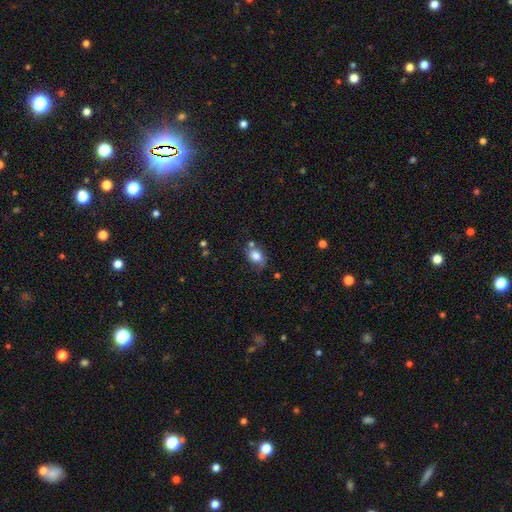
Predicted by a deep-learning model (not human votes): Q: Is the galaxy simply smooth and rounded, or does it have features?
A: smooth — 80%.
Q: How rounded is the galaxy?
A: in between — 64%.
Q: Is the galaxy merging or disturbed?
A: none — 60%.